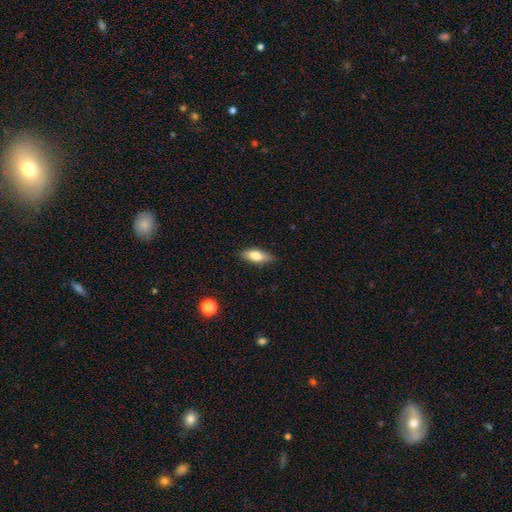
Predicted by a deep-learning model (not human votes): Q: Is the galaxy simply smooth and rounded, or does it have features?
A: smooth — 76%.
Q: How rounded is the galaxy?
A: in between — 71%.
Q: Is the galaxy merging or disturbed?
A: none — 82%.